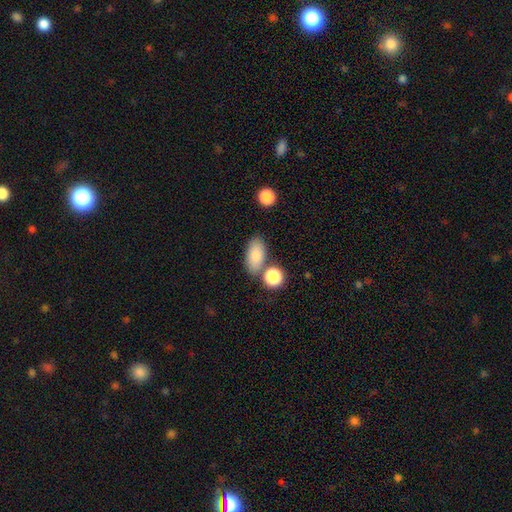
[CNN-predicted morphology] Smooth or featured? Predicted: smooth (p=0.83). How rounded? Predicted: in between (p=0.90). Merging? Predicted: none (p=0.70).